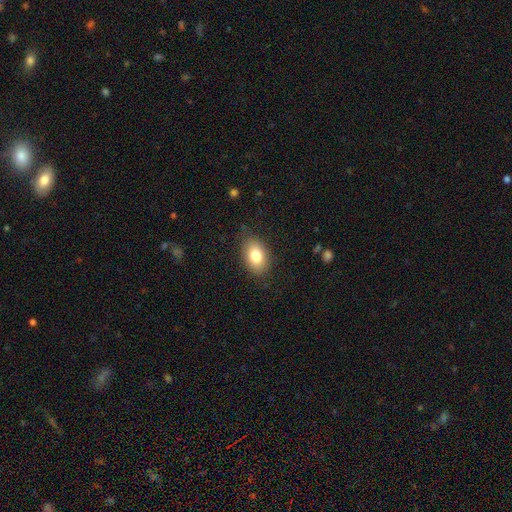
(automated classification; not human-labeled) This is clearly a smooth galaxy (81%). How rounded: clearly in between (85%). Merging: clearly none (84%).